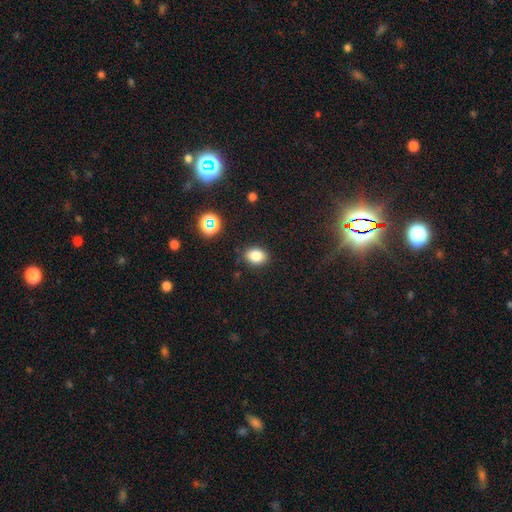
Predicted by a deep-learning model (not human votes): This appears to be a smooth galaxy with no disk features (82%) that is in between round and cigar-shaped (66%). Merging: none (84%).